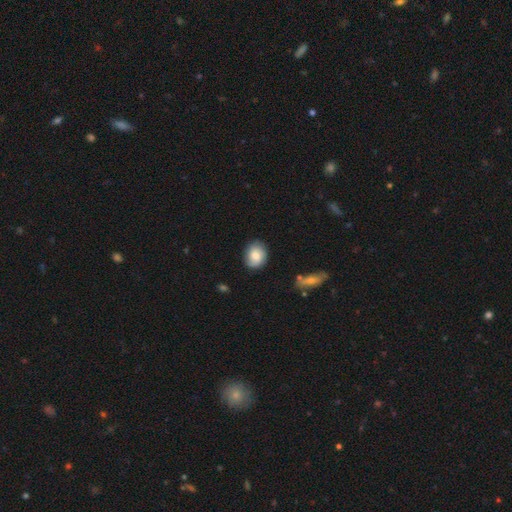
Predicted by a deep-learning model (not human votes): smooth-or-featured: smooth: 66% | featured or disk: 26% | star or artifact: 7%
  how-rounded: round: 53% | in between: 46% | cigar-shaped: 1%
  merging: none: 78% | minor disturbance: 17% | major disturbance: 4% | merger: 2%